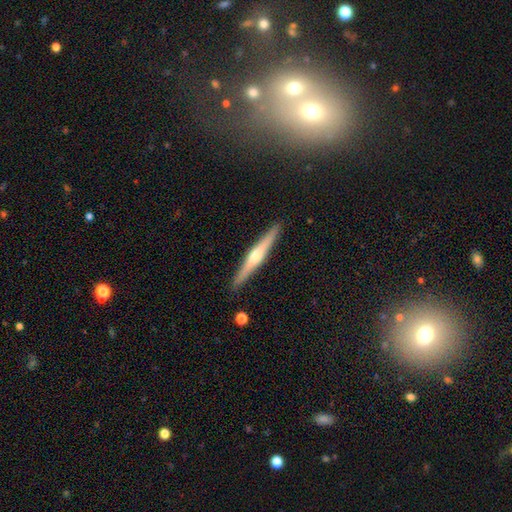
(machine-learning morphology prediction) type=featured or disk (69%); edge-on=yes (98%); edge-on bulge=rounded (87%); merging=none (91%).